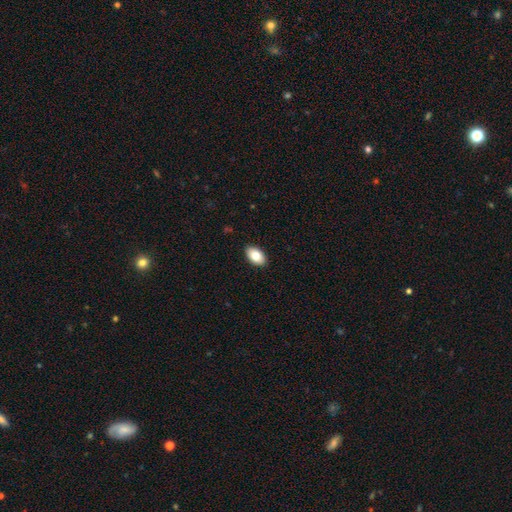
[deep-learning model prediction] Smooth or featured? smooth (80%)
How rounded? in between (92%)
Merging? none (90%)